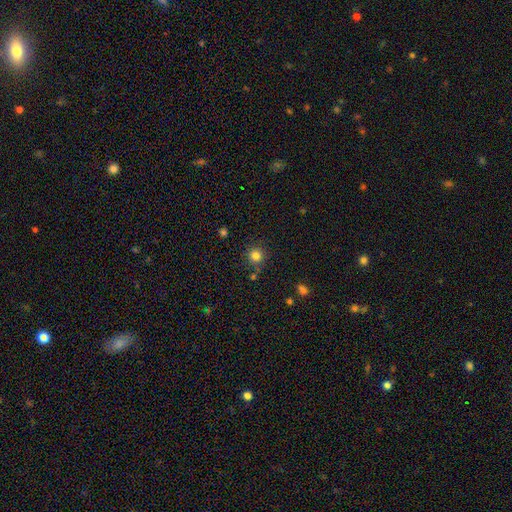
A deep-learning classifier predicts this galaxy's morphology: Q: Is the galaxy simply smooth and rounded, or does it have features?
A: smooth — 81%.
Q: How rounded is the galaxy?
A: round — 93%.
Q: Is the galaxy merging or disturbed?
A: none — 80%.